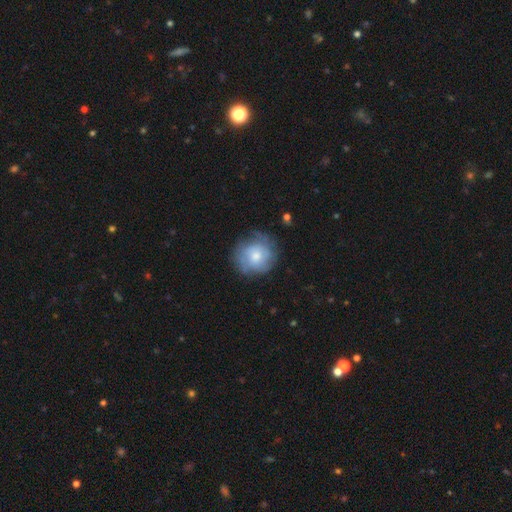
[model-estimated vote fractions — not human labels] Smooth or featured? smooth (51%)
How rounded? round (87%)
Merging? none (69%)